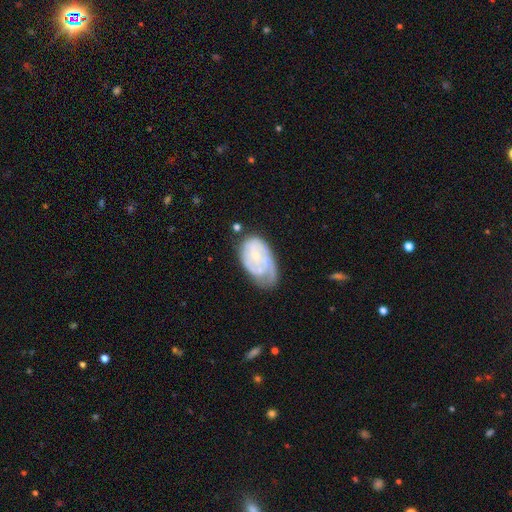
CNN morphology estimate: Q: Smooth or featured?
A: featured or disk (66%); runner-up: smooth (27%)
Q: Edge-on disk?
A: no (96%); runner-up: yes (4%)
Q: Bar?
A: no (68%); runner-up: weak (27%)
Q: Spiral arms?
A: yes (83%); runner-up: no (17%)
Q: Spiral winding?
A: tight (58%); runner-up: medium (30%)
Q: Spiral arm count?
A: can't tell (36%); runner-up: 2 (31%)
Q: Bulge size?
A: small (66%); runner-up: moderate (24%)
Q: Merging?
A: none (45%); runner-up: minor disturbance (35%)